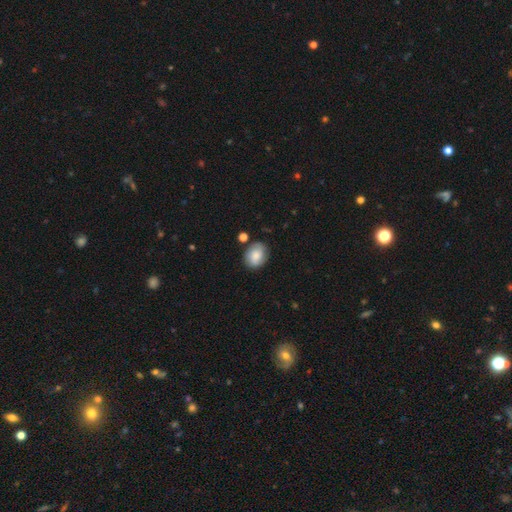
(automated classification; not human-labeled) smooth 73%, featured or disk 19%, star or artifact 8%. Down the decision tree: how rounded — in between (62%); merging — none (75%).